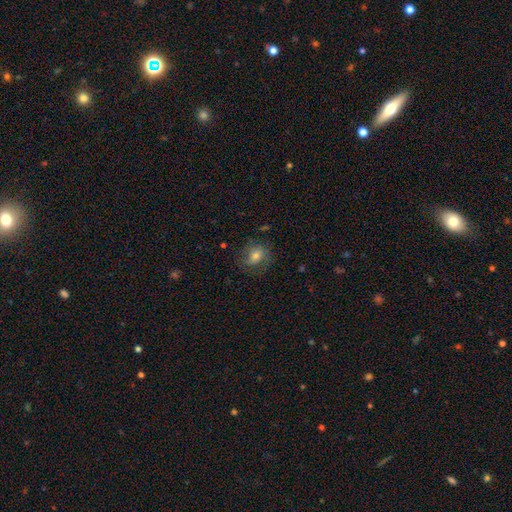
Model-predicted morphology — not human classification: The model was most divided on "how rounded": round: 55%, in between: 44%, cigar-shaped: 2%. More confident: merging — none (66%); smooth or featured — smooth (55%).